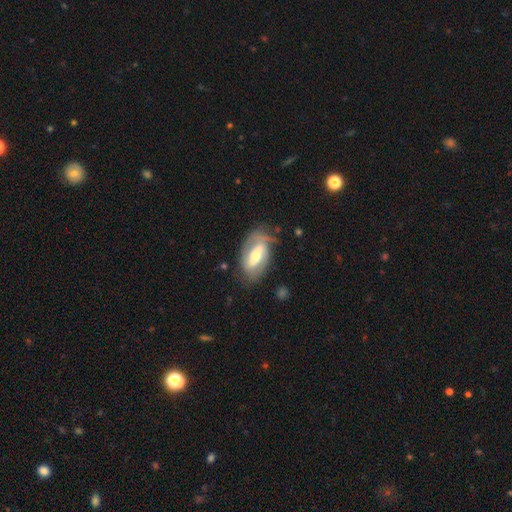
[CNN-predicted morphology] smooth-or-featured: featured or disk: 71% | smooth: 23% | star or artifact: 6%
  disk-edge-on: no: 92% | yes: 8%
    bar: strong: 45% | weak: 37% | no: 18%
    has-spiral-arms: yes: 82% | no: 18%
      spiral-winding: medium: 40% | tight: 39% | loose: 21%
      spiral-arm-count: 2: 72% | can't tell: 15% | 1: 8% | 3: 2% | 4: 1% | more than 4: 1%
    bulge-size: moderate: 62% | small: 26% | large: 10% | none: 2% | dominant: 1%
  merging: none: 68% | minor disturbance: 21% | major disturbance: 9% | merger: 2%